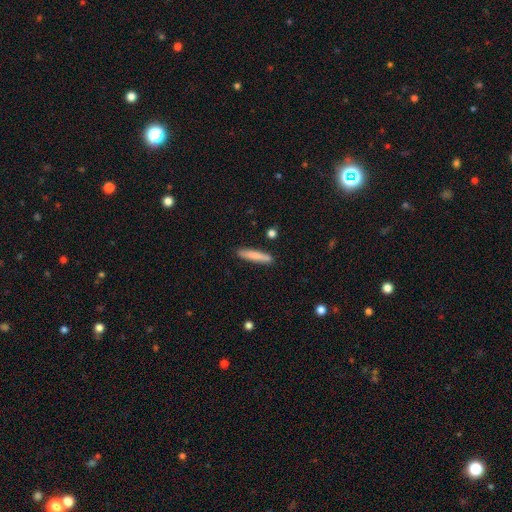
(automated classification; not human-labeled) Overall: smooth (80%). How rounded: cigar-shaped (90%). Merging: none (86%).